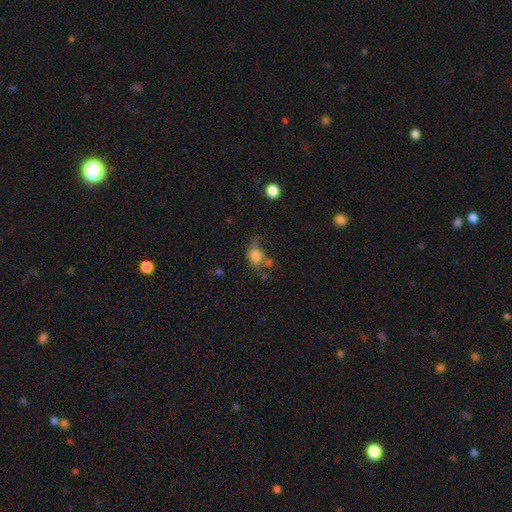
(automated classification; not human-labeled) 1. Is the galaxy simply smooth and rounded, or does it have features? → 70% smooth, 18% featured or disk, 12% star or artifact.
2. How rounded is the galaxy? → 75% in between, 23% round, 2% cigar-shaped.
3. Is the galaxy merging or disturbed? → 29% major disturbance, 25% none, 24% minor disturbance, 22% merger.